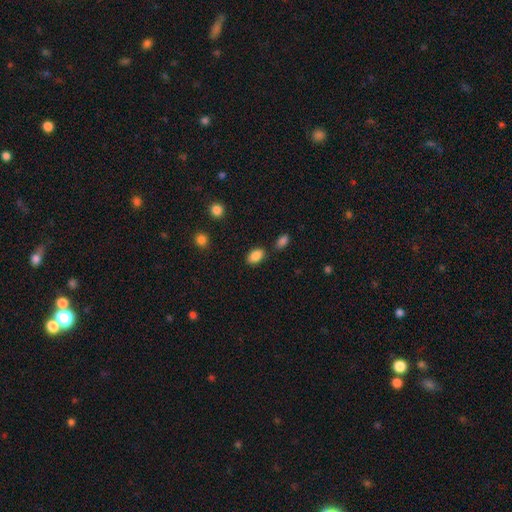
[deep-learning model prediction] Smooth or featured? smooth (87%)
How rounded? in between (91%)
Merging? none (78%)